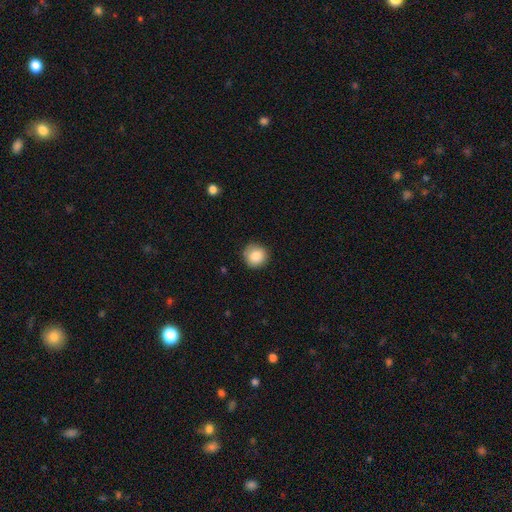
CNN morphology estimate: Overall: smooth (84%). How rounded: round (93%). Merging: none (85%).